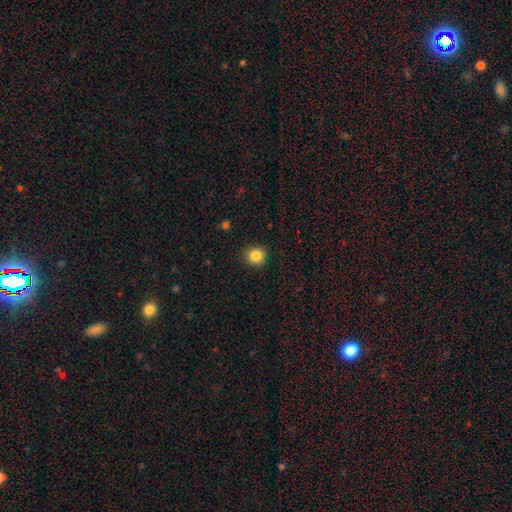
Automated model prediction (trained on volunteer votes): smooth 86%, star or artifact 10%, featured or disk 4%. Down the decision tree: how rounded — round (89%); merging — none (89%).